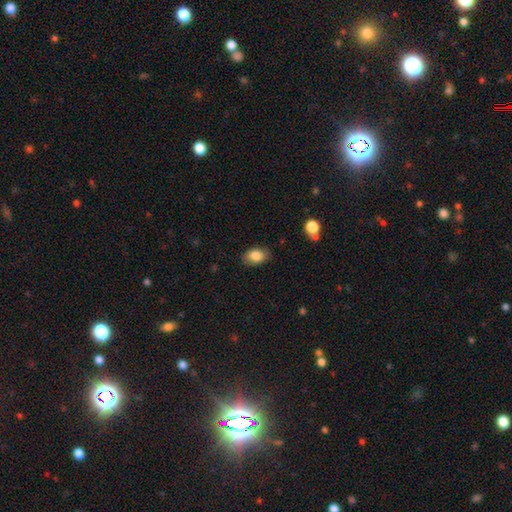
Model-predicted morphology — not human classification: A smooth galaxy with no disk features (83%) that is in between round and cigar-shaped (86%).

Vote fractions:
- Smooth or featured? smooth: 83% / featured or disk: 10% / star or artifact: 7%
- How rounded? in between: 86% / round: 12% / cigar-shaped: 1%
- Merging? none: 83% / minor disturbance: 13% / major disturbance: 3% / merger: 1%